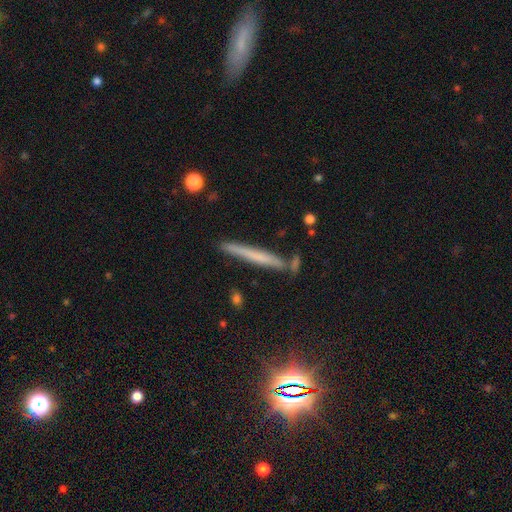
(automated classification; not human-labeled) Smooth or featured? Predicted: smooth (p=0.48). Merging? Predicted: none (p=0.80).